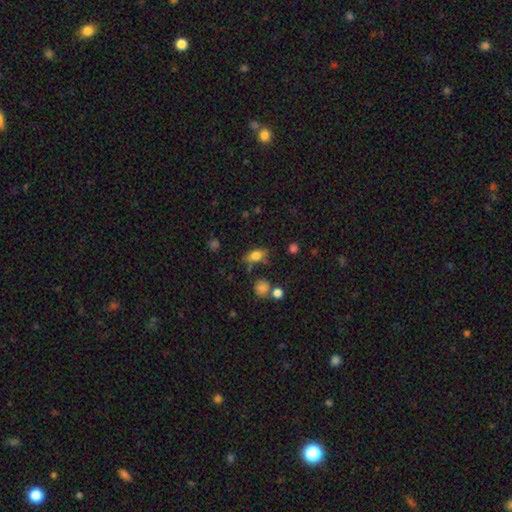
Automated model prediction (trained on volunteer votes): Smooth or featured? Predicted: smooth (p=0.76). How rounded? Predicted: in between (p=0.78). Merging? Predicted: none (p=0.66).